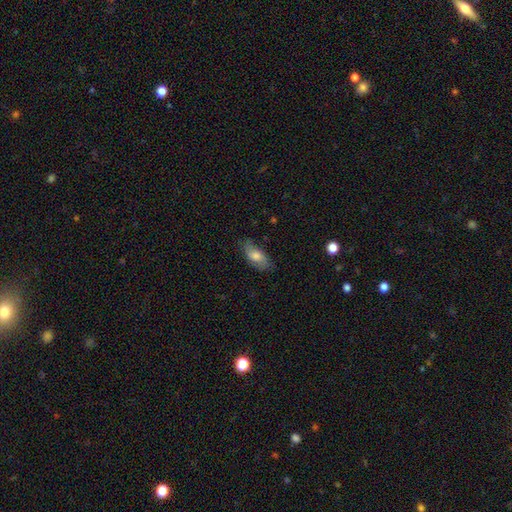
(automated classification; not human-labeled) Smooth or featured? smooth (70%)
How rounded? in between (87%)
Merging? none (72%)